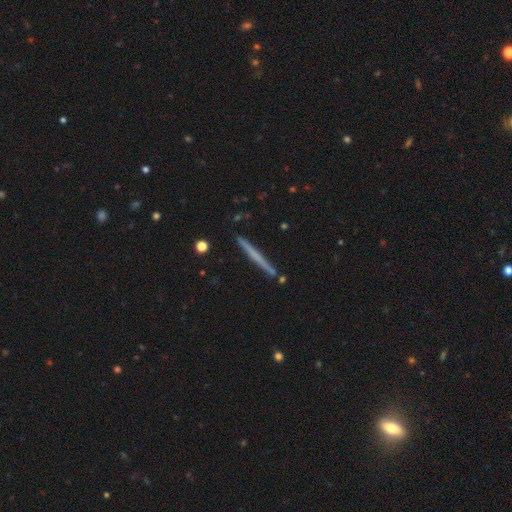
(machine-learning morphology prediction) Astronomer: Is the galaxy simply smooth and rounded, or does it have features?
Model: featured or disk — 49% (runner-up: smooth, 46%).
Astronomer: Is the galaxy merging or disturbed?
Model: none — 90%.